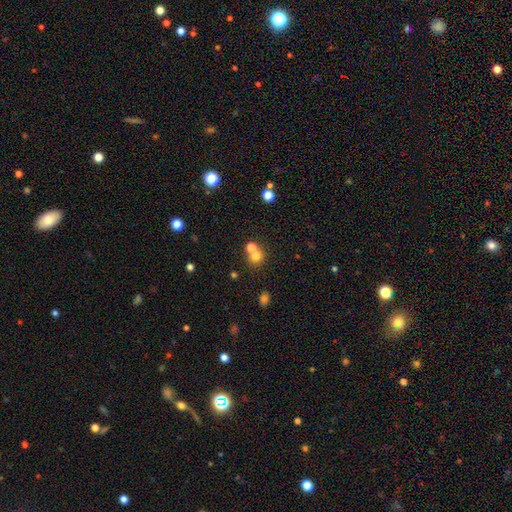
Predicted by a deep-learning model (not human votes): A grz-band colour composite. It shows a smooth galaxy with no disk features (72%) that is round (85%). Merging: none (49%).